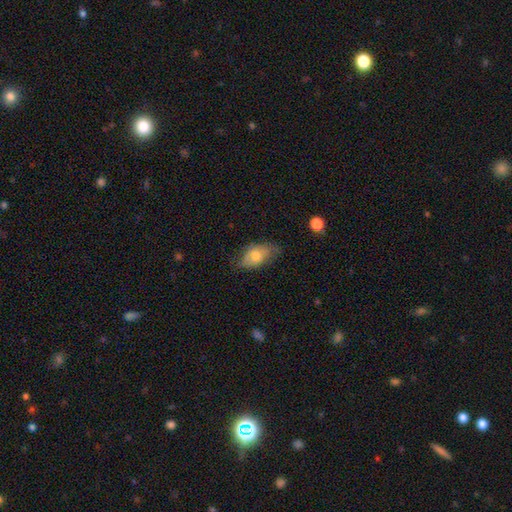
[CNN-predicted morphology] The model was most divided on "merging": none: 57%, minor disturbance: 31%, major disturbance: 10%, merger: 2%. More confident: how rounded — in between (89%); smooth or featured — smooth (70%).